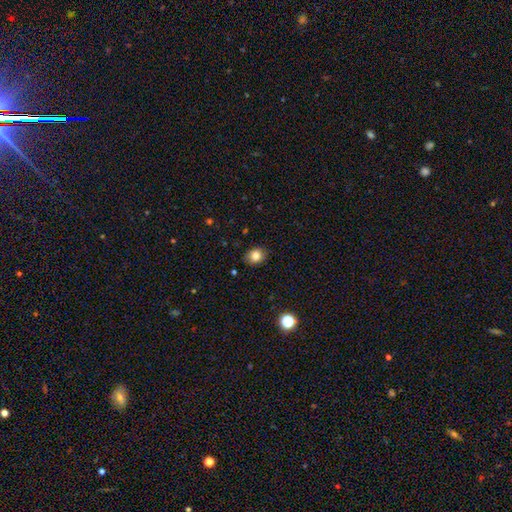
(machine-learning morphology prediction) Smooth or featured?
  - smooth: 82% *
  - star or artifact: 11%
  - featured or disk: 7%
How rounded?
  - round: 56% *
  - in between: 43%
  - cigar-shaped: 1%
Merging?
  - none: 86% *
  - minor disturbance: 11%
  - major disturbance: 2%
  - merger: 1%